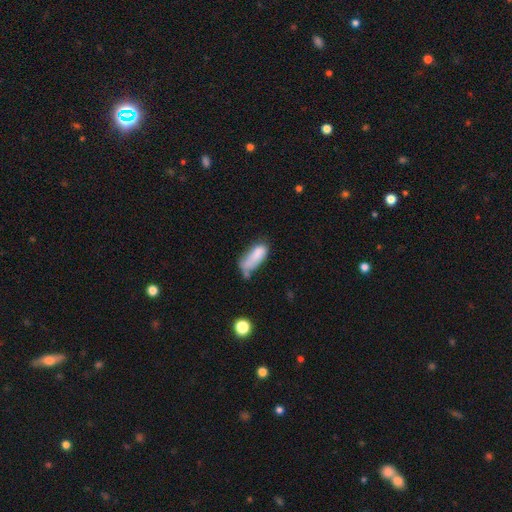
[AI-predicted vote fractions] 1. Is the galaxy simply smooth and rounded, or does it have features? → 75% smooth, 16% featured or disk, 9% star or artifact.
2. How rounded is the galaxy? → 77% in between, 21% cigar-shaped, 2% round.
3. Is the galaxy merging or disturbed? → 32% minor disturbance, 25% major disturbance, 24% none, 20% merger.